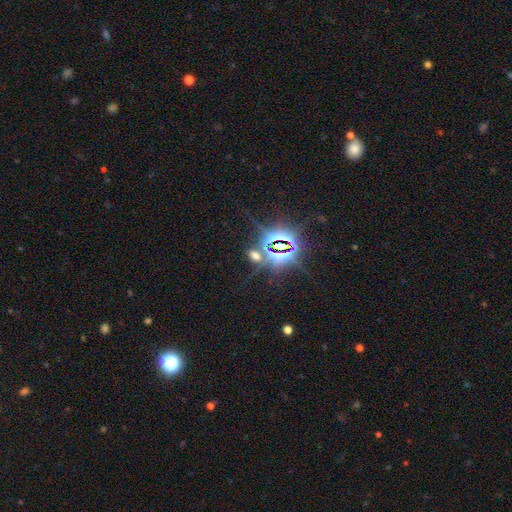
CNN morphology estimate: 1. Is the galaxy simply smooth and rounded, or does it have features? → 62% star or artifact, 28% smooth, 10% featured or disk.